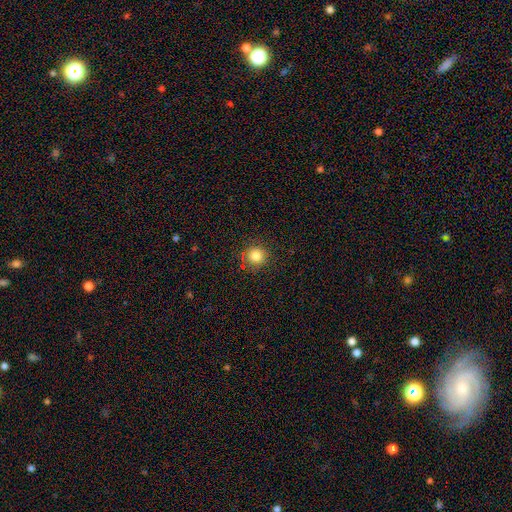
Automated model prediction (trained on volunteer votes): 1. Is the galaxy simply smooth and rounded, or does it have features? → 83% smooth, 12% star or artifact, 5% featured or disk.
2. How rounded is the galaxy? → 95% round, 4% in between, 1% cigar-shaped.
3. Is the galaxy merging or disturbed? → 88% none, 8% minor disturbance, 2% major disturbance, 2% merger.